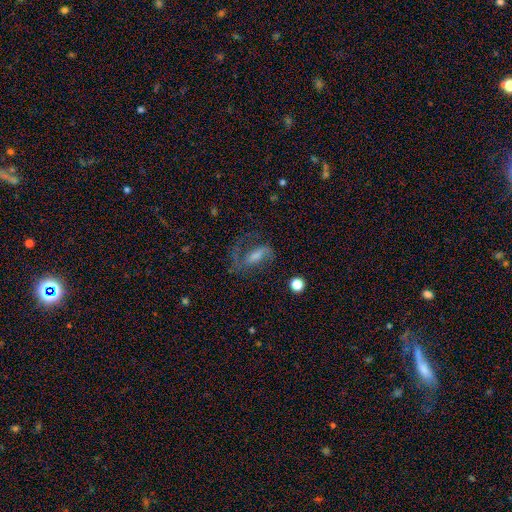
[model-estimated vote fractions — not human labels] Q: Smooth or featured?
A: featured or disk (72%); runner-up: smooth (17%)
Q: Edge-on disk?
A: no (93%); runner-up: yes (7%)
Q: Bar?
A: weak (40%); runner-up: strong (31%)
Q: Spiral arms?
A: yes (90%); runner-up: no (10%)
Q: Spiral winding?
A: medium (46%); runner-up: loose (38%)
Q: Spiral arm count?
A: 2 (70%); runner-up: 1 (20%)
Q: Bulge size?
A: moderate (38%); runner-up: small (32%)
Q: Merging?
A: none (56%); runner-up: major disturbance (26%)